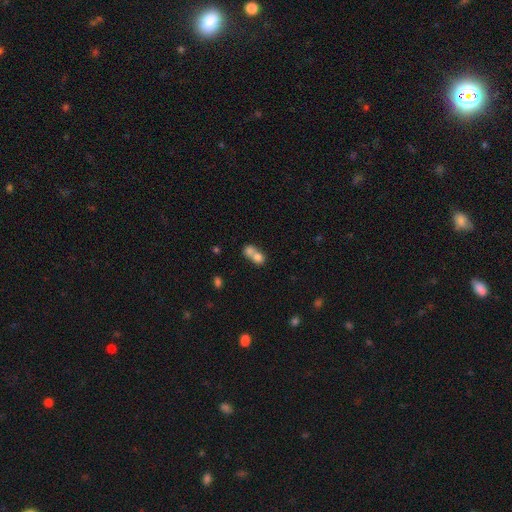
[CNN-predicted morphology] Overall: smooth (74%). How rounded: round (57%; in between 42%). Merging: merger (73%).